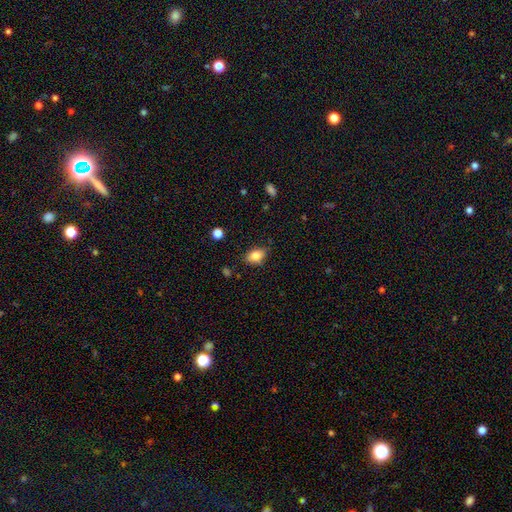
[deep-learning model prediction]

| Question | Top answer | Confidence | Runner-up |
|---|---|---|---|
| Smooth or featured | smooth | 82% | featured or disk (10%) |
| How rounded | in between | 81% | round (18%) |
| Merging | none | 77% | minor disturbance (18%) |